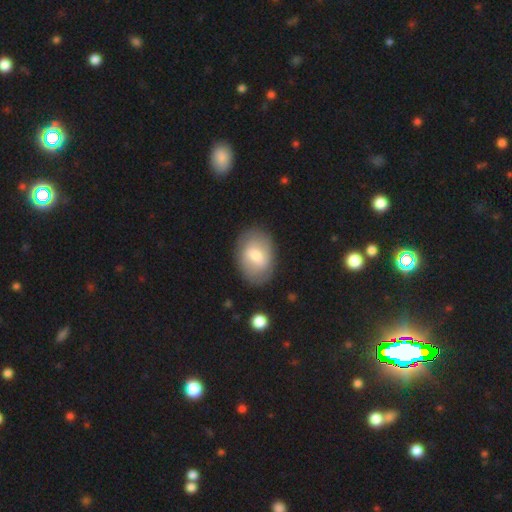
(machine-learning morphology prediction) A smooth galaxy with no disk features (60%) that is in between round and cigar-shaped (80%).

Vote fractions:
- Smooth or featured? smooth: 60% / featured or disk: 33% / star or artifact: 7%
- How rounded? in between: 80% / round: 19% / cigar-shaped: 1%
- Merging? none: 80% / minor disturbance: 13% / major disturbance: 5% / merger: 2%